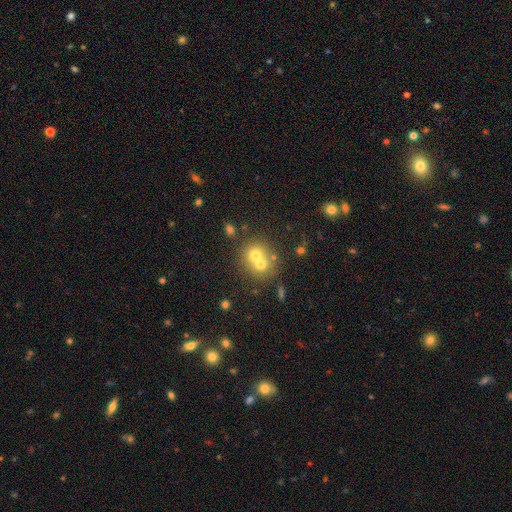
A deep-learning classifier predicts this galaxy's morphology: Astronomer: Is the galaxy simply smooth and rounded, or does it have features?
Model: smooth — 64%.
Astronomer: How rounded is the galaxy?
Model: round — 81%.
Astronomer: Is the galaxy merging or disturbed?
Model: merger — 58% (runner-up: none, 33%).